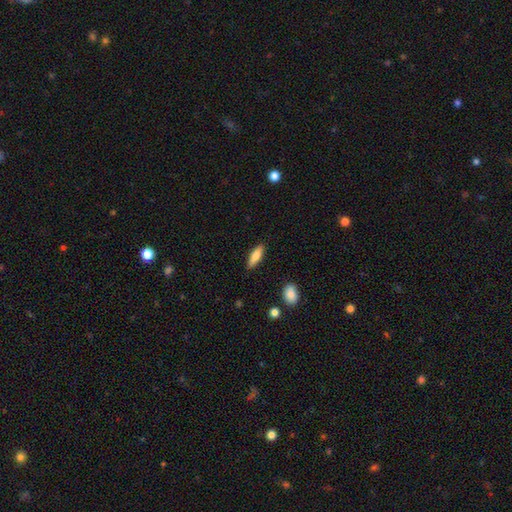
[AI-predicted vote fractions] A smooth galaxy with no disk features (75%) that is in between round and cigar-shaped (51%). Merging: none (87%).